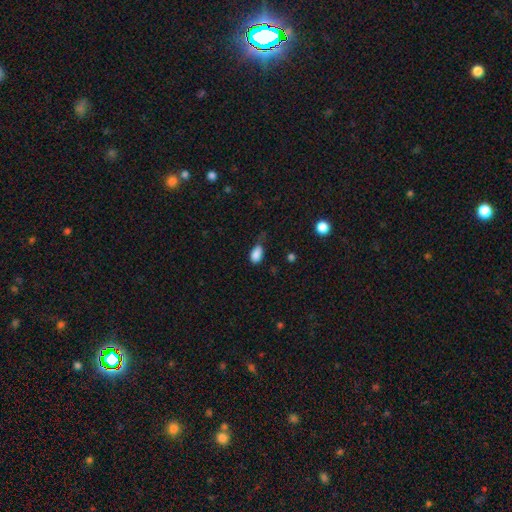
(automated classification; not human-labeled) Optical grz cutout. It shows a smooth galaxy with no disk features (86%) that is in between round and cigar-shaped (90%). Merging: none (42%).